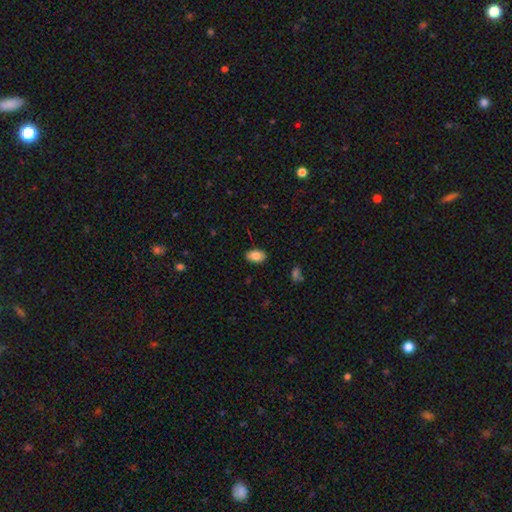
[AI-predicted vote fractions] The model was most divided on "smooth or featured": smooth: 84%, featured or disk: 9%, star or artifact: 7%. More confident: how rounded — in between (91%); merging — none (87%).